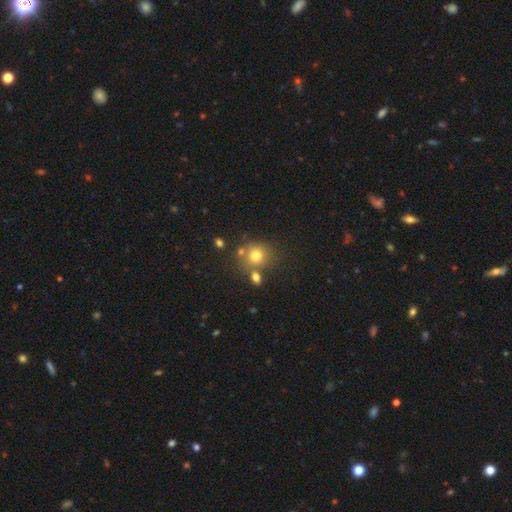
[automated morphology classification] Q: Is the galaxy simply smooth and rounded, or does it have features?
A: smooth — 76%.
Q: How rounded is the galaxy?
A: round — 81%.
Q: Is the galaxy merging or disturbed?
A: none — 63%.